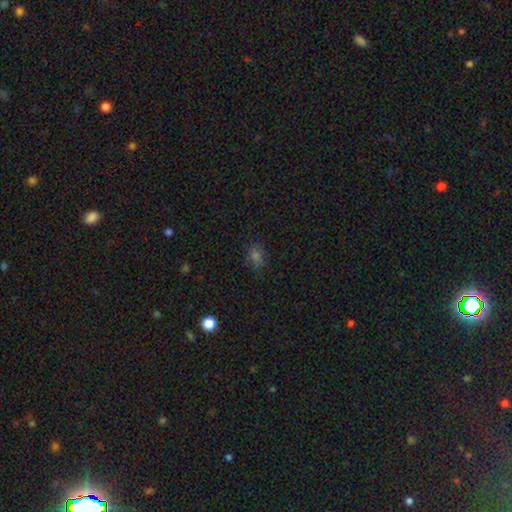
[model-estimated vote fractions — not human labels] This appears to be a smooth galaxy with no disk features (65%) that is in between round and cigar-shaped (59%). Merging: none (78%).